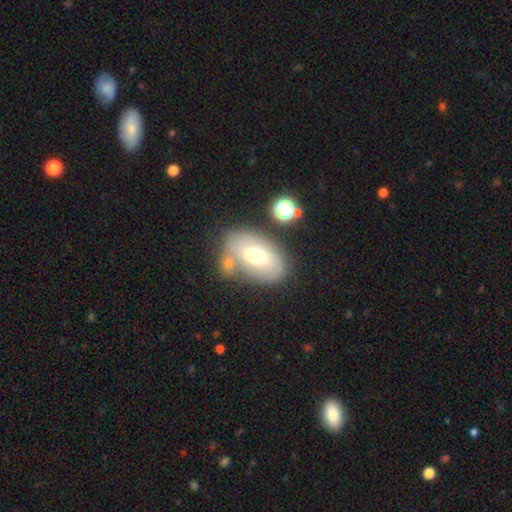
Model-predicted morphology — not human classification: This appears to be a smooth galaxy with no disk features (54%) that is in between round and cigar-shaped (87%). Merging: none (61%).